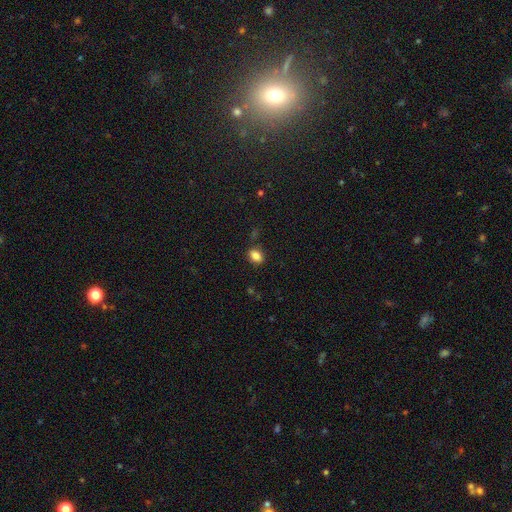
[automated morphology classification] The model was most divided on "how rounded": in between: 76%, round: 22%, cigar-shaped: 2%. More confident: smooth or featured — smooth (86%); merging — none (80%).